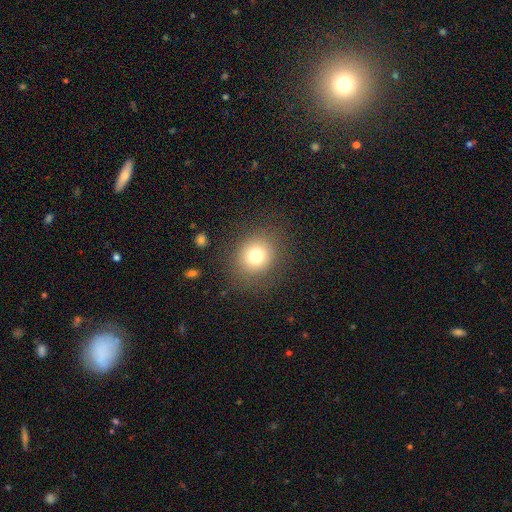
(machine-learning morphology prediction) smooth-or-featured: smooth: 76% | star or artifact: 13% | featured or disk: 11%
  how-rounded: round: 81% | in between: 18% | cigar-shaped: 1%
  merging: none: 84% | minor disturbance: 9% | major disturbance: 5% | merger: 1%